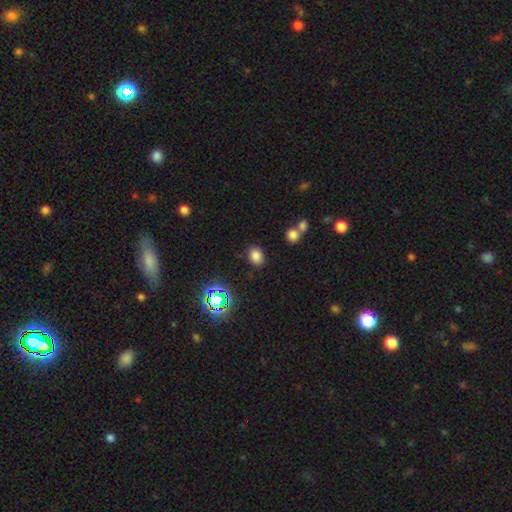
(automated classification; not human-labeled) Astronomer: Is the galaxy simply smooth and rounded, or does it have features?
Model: smooth — 76%.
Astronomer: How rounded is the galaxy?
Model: in between — 64%.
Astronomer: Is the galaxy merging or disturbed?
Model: none — 83%.